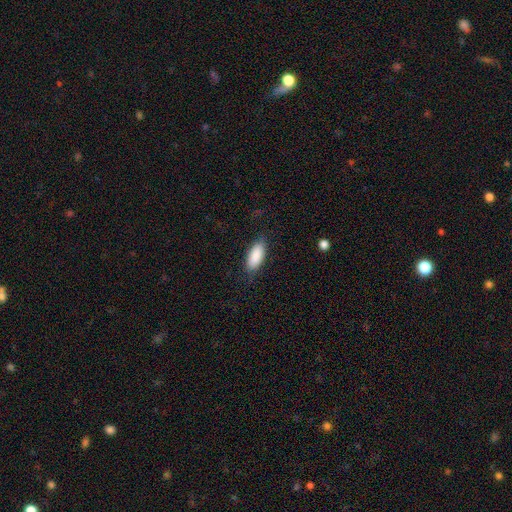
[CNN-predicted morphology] This is clearly a smooth galaxy (88%). How rounded: clearly in between (85%). Merging: clearly none (81%).